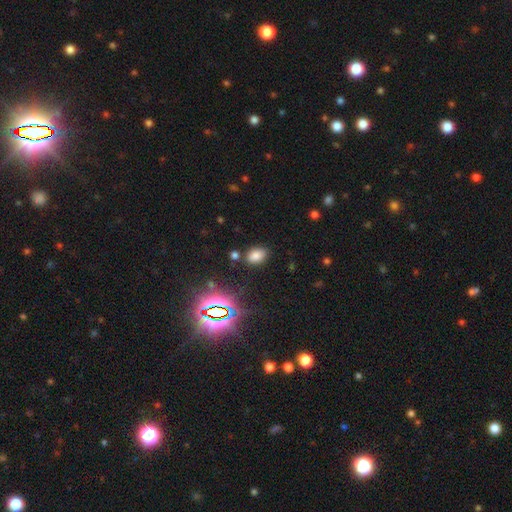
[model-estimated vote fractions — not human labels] This is likely a smooth galaxy (74%). How rounded: clearly in between (82%). Merging: likely none (79%).